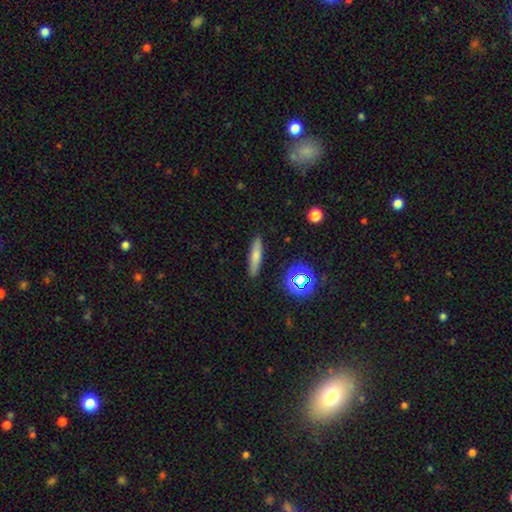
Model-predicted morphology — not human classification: smooth 69%, featured or disk 20%, star or artifact 11%. Down the decision tree: how rounded — cigar-shaped (81%); merging — none (88%).